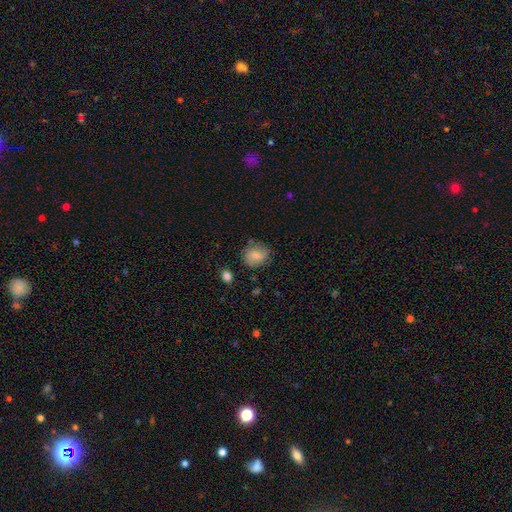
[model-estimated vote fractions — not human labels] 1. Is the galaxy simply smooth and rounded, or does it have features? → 79% smooth, 13% featured or disk, 8% star or artifact.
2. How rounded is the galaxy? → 61% round, 37% in between, 1% cigar-shaped.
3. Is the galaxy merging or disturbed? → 74% none, 19% minor disturbance, 5% major disturbance, 3% merger.